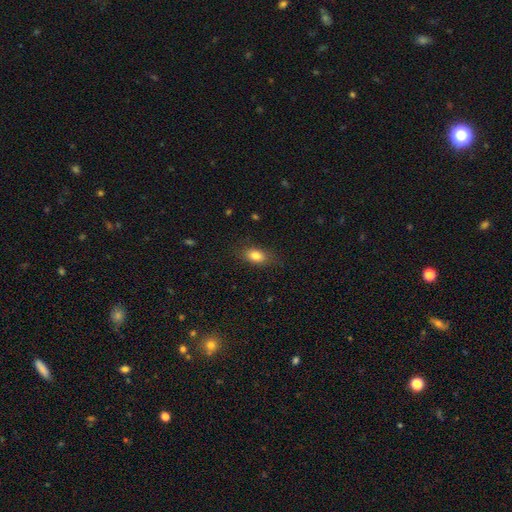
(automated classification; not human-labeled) Q: Smooth or featured?
A: smooth (83%); runner-up: star or artifact (9%)
Q: How rounded?
A: in between (84%); runner-up: round (12%)
Q: Merging?
A: none (81%); runner-up: minor disturbance (14%)